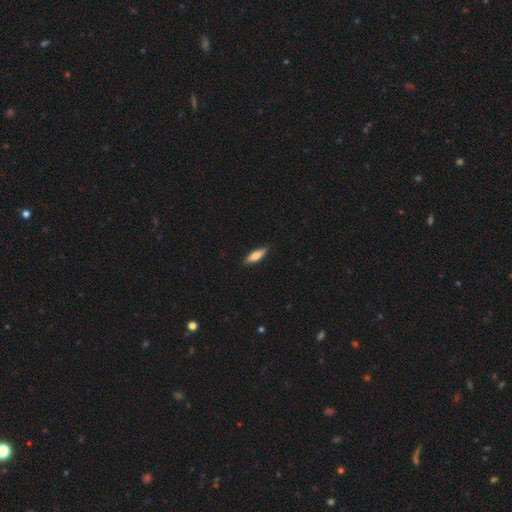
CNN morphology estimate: The model was most divided on "how rounded": cigar-shaped: 55%, in between: 43%, round: 2%. More confident: merging — none (89%); smooth or featured — smooth (70%).